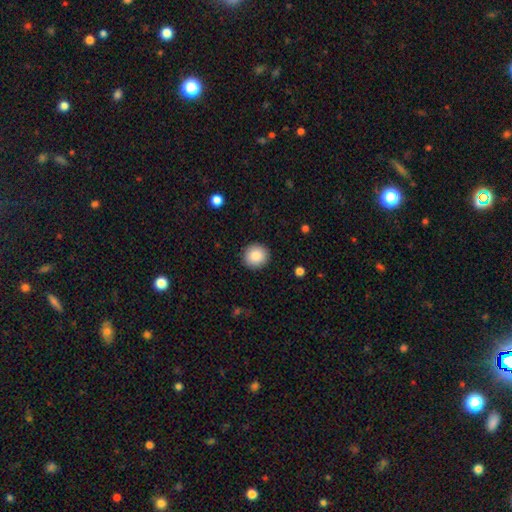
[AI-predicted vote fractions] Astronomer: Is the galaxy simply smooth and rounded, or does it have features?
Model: smooth — 87%.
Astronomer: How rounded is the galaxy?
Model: round — 92%.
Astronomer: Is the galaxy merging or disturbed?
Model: none — 92%.